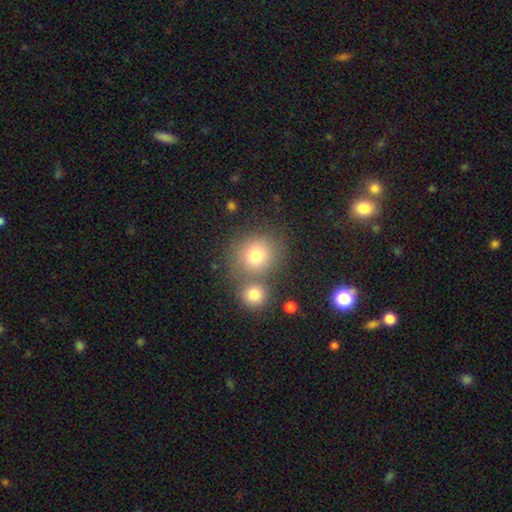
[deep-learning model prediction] smooth 78%, star or artifact 12%, featured or disk 10%. Down the decision tree: how rounded — round (80%); merging — none (55%).